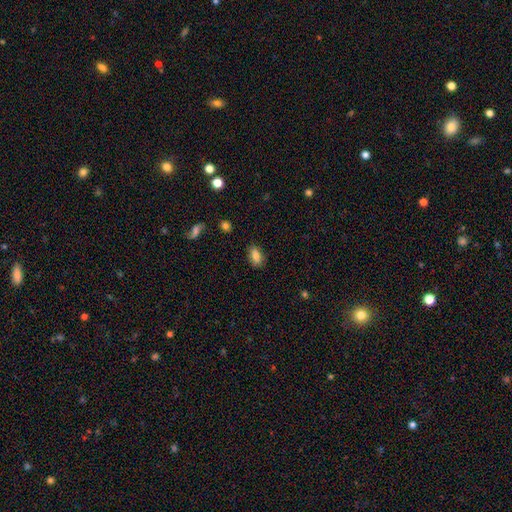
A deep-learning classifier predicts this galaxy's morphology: This is clearly a smooth galaxy (81%). How rounded: clearly in between (87%). Merging: clearly none (84%).